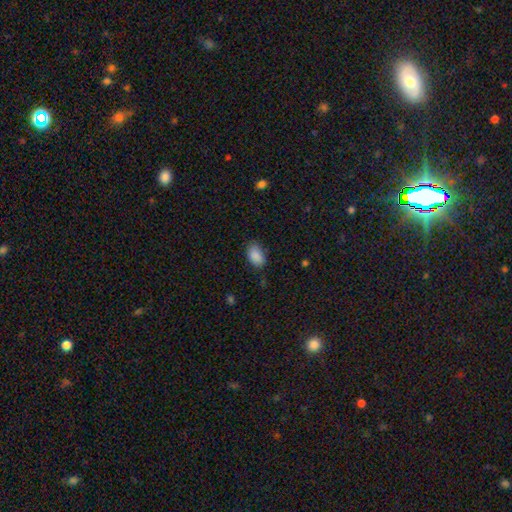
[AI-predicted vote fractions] Morphology: type=smooth (88%); roundness=in between (89%); merging=none (76%).